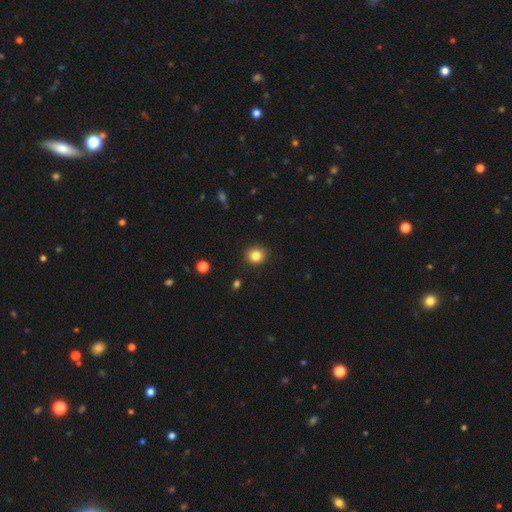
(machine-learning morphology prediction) smooth_or_featured: smooth (p=0.83) [alt: star or artifact p=0.11]
how_rounded: round (p=0.86) [alt: in between p=0.13]
merging: none (p=0.91) [alt: minor disturbance p=0.06]